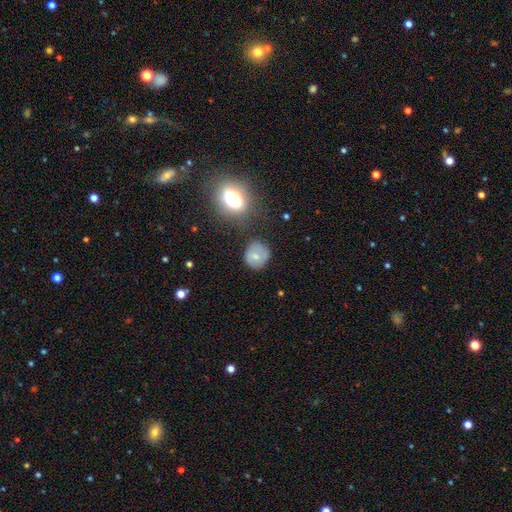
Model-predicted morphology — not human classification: Q: Smooth or featured?
A: smooth (68%); runner-up: featured or disk (21%)
Q: How rounded?
A: round (80%); runner-up: in between (19%)
Q: Merging?
A: none (70%); runner-up: minor disturbance (19%)